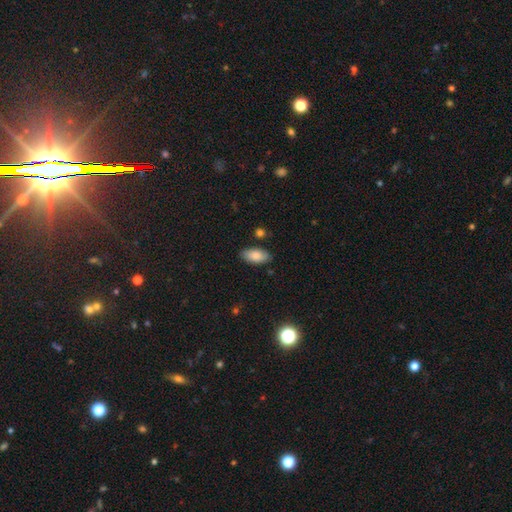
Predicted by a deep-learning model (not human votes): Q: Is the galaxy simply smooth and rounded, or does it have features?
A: smooth — 84%.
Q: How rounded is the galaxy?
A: in between — 92%.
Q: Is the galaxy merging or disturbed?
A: none — 83%.